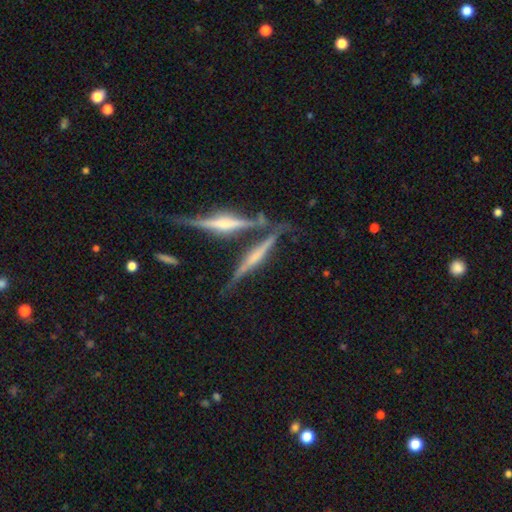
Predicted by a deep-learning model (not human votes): Smooth or featured? Predicted: featured or disk (p=0.78). Edge-on disk? Predicted: yes (p=0.96). Edge-on bulge? Predicted: rounded (p=0.65). Merging? Predicted: none (p=0.62).